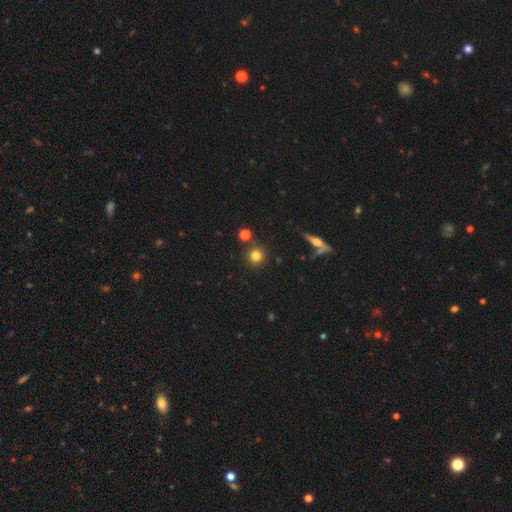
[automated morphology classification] Smooth or featured? Predicted: smooth (p=0.78). How rounded? Predicted: round (p=0.93). Merging? Predicted: none (p=0.82).